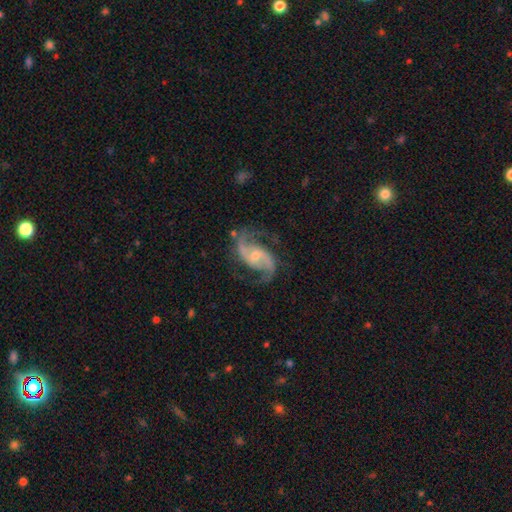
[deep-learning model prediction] This appears to be a featured or disk galaxy (91%) with no bar (44%), 2 (92%) medium (49%) spiral arms (98%) and a small central bulge (56%). Merging: none (74%).